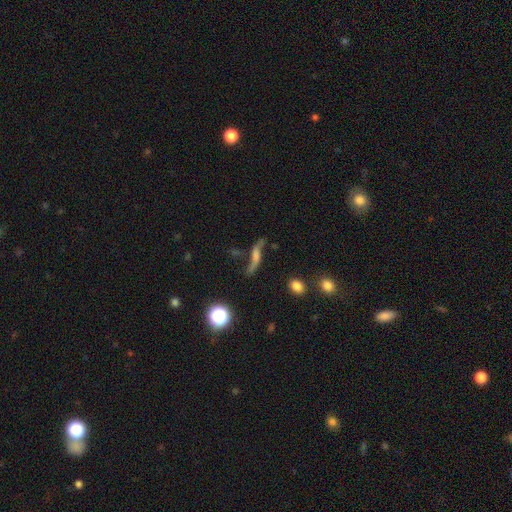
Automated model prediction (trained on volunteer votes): Smooth or featured?
  - featured or disk: 70% *
  - smooth: 17%
  - star or artifact: 13%
Edge-on disk?
  - no: 68% *
  - yes: 32%
Merging?
  - none: 66% *
  - minor disturbance: 17%
  - major disturbance: 11%
  - merger: 6%